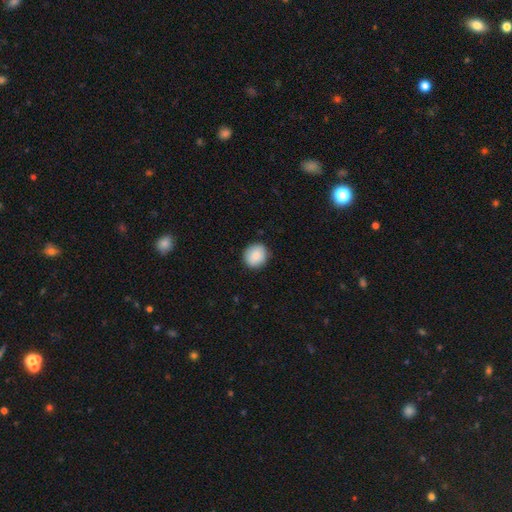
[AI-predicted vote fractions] Morphology: type=smooth (89%); roundness=round (84%); merging=none (88%).